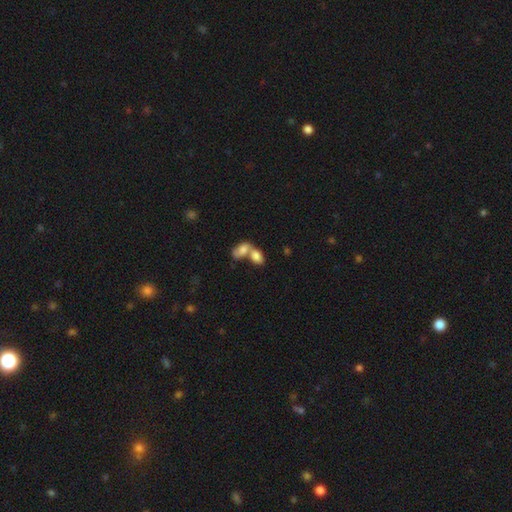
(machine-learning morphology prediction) Smooth or featured? Predicted: smooth (p=0.77). How rounded? Predicted: in between (p=0.88). Merging? Predicted: merger (p=0.70).